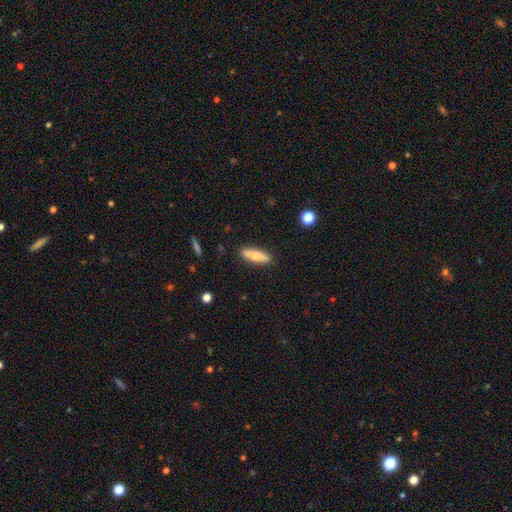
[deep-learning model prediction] This appears to be a smooth galaxy with no disk features (70%) that is cigar-shaped (68%). Merging: none (88%).